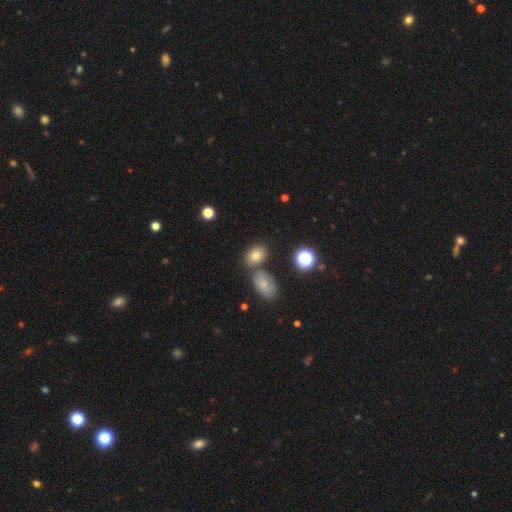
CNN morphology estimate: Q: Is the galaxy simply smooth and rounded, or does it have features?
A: smooth — 74%.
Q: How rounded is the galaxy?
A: in between — 79%.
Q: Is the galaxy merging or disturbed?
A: none — 66%.